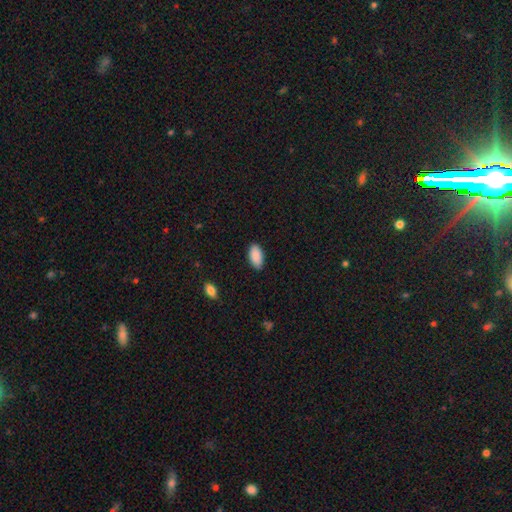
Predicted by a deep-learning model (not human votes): Smooth or featured? smooth (90%)
How rounded? in between (94%)
Merging? none (87%)